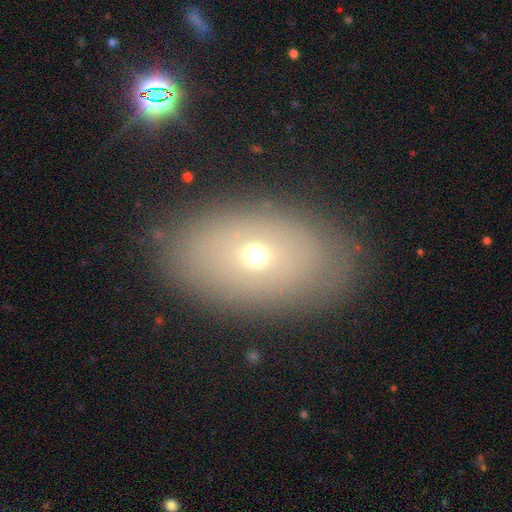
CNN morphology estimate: Smooth or featured: smooth — 60% (featured or disk — 26%)
How rounded: in between — 83% (round — 15%)
Merging: none — 84% (minor disturbance — 10%)